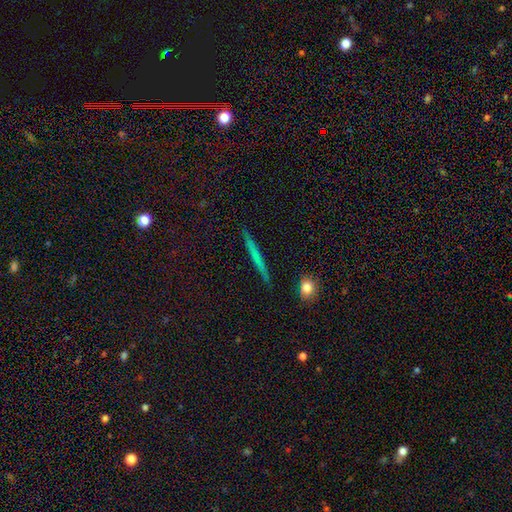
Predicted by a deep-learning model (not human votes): A smooth galaxy with no disk features (50%).

Vote fractions:
- Smooth or featured? smooth: 50% / featured or disk: 39% / star or artifact: 11%
- Merging? none: 90% / minor disturbance: 7% / major disturbance: 2% / merger: 1%